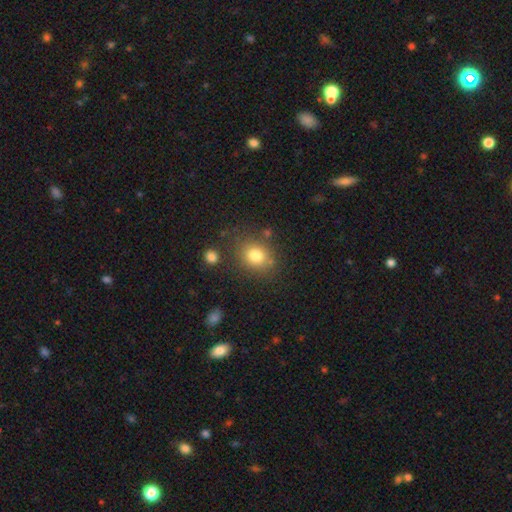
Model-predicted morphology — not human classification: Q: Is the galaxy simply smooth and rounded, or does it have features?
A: smooth — 79%.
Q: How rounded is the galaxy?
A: round — 61%.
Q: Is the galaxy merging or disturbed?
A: none — 75%.